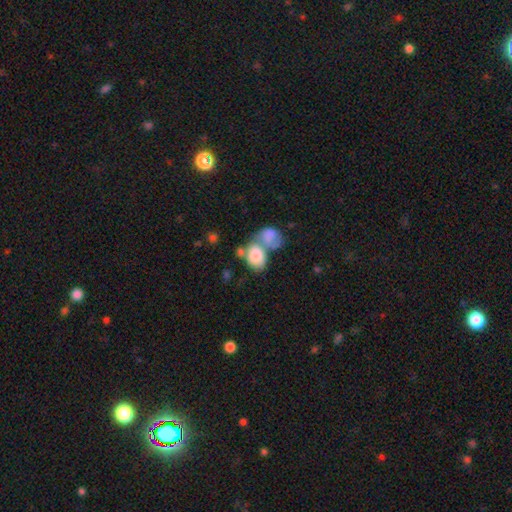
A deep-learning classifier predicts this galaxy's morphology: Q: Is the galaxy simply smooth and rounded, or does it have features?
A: smooth — 75%.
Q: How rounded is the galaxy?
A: in between — 76%.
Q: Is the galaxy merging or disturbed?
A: merger — 63%.